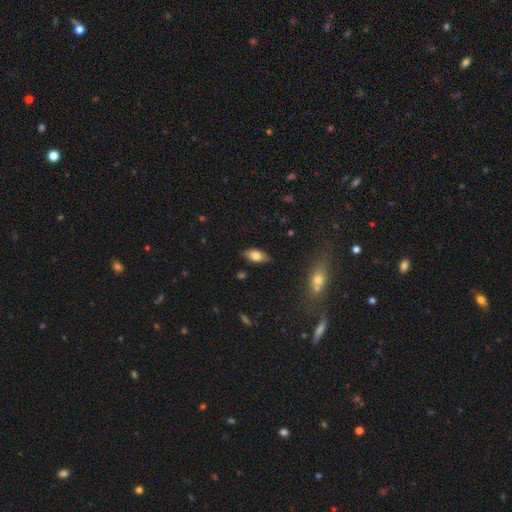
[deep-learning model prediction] This is likely a smooth galaxy (76%). How rounded: clearly in between (88%). Merging: clearly none (81%).